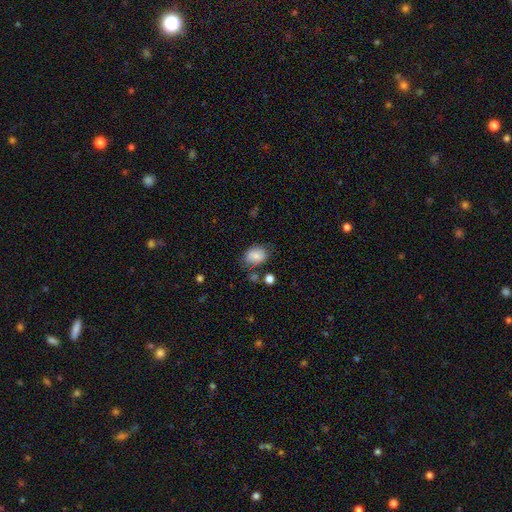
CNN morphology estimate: smooth_or_featured: smooth (p=0.82) [alt: featured or disk p=0.10]
how_rounded: in between (p=0.64) [alt: round p=0.35]
merging: none (p=0.69) [alt: minor disturbance p=0.20]